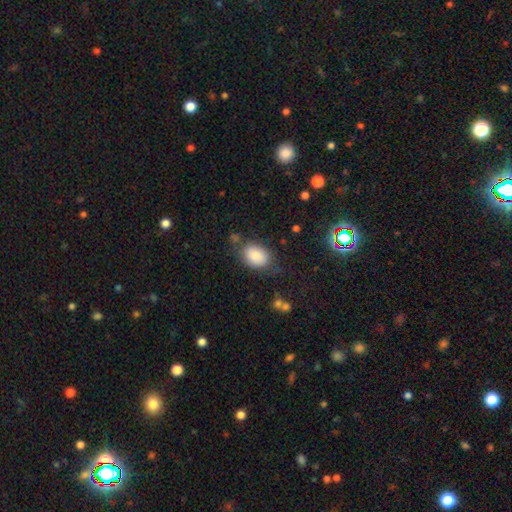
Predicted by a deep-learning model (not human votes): Smooth or featured? Predicted: smooth (p=0.83). How rounded? Predicted: in between (p=0.77). Merging? Predicted: none (p=0.70).